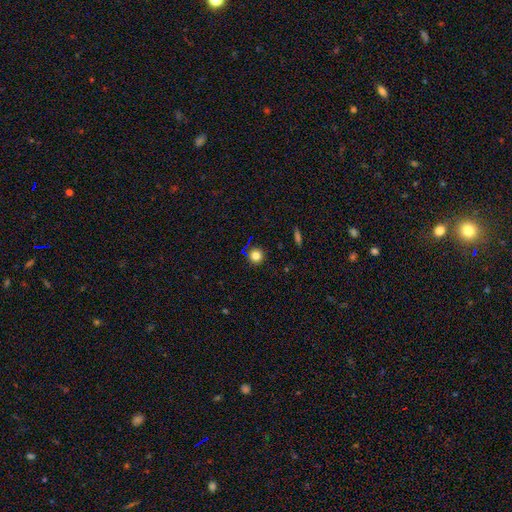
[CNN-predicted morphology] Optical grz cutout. It shows a smooth galaxy with no disk features (78%) that is round (95%). Merging: none (89%).